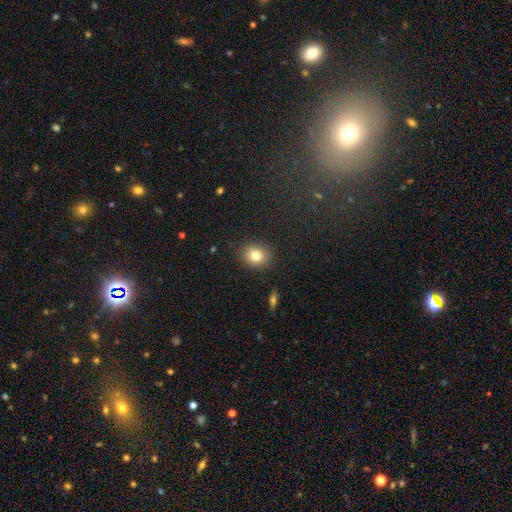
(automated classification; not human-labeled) smooth 80%, star or artifact 11%, featured or disk 9%. Down the decision tree: how rounded — round (73%); merging — none (86%).